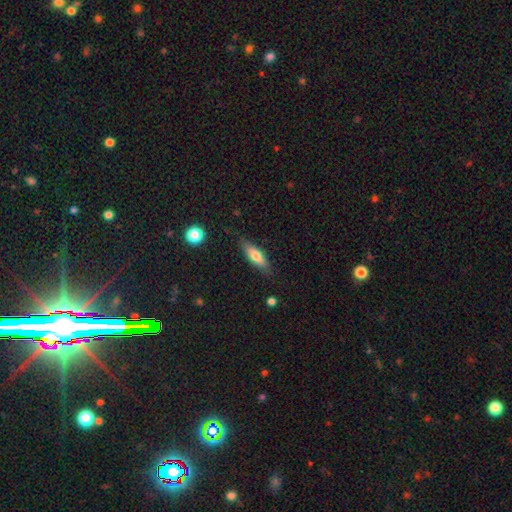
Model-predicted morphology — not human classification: type=smooth (67%); roundness=in between (50%); merging=none (82%).